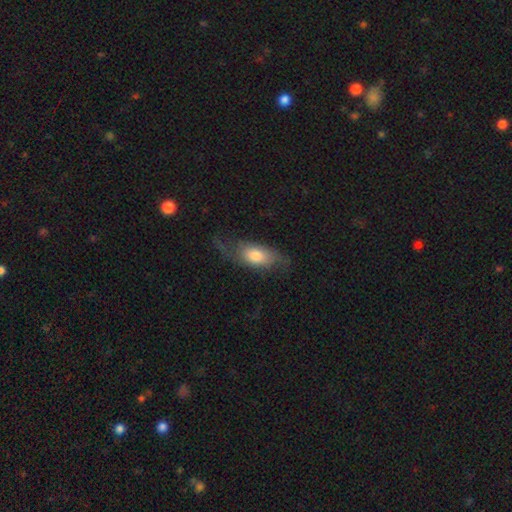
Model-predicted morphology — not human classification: smooth-or-featured: smooth: 57% | featured or disk: 36% | star or artifact: 7%
  how-rounded: in between: 83% | cigar-shaped: 11% | round: 6%
  merging: none: 44% | major disturbance: 28% | minor disturbance: 27% | merger: 2%